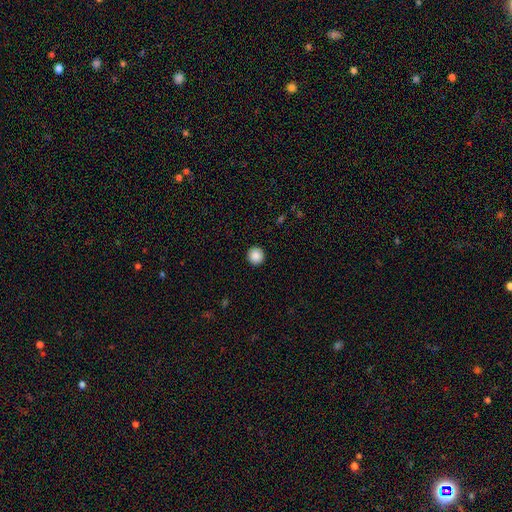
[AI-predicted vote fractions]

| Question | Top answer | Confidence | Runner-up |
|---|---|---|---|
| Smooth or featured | smooth | 88% | star or artifact (9%) |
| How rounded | round | 94% | in between (5%) |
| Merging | none | 93% | minor disturbance (4%) |